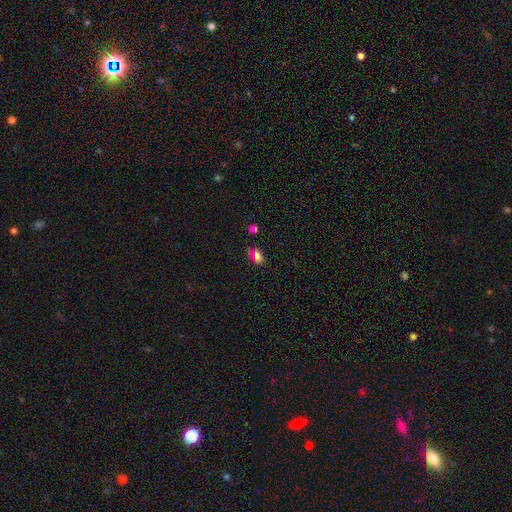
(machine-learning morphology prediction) Smooth or featured? Predicted: smooth (p=0.63). How rounded? Predicted: in between (p=0.78). Merging? Predicted: none (p=0.74).